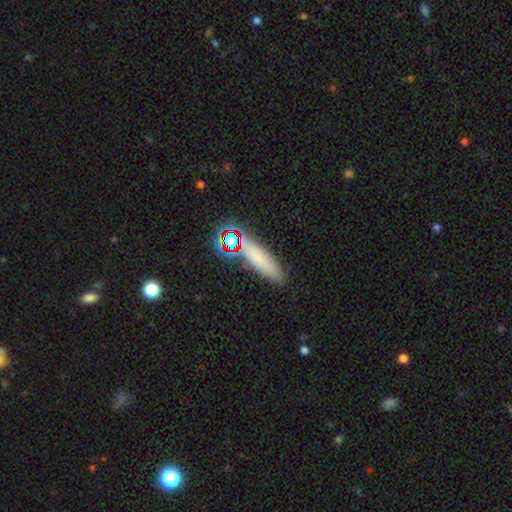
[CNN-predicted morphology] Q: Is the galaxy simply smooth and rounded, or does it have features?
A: smooth — 66%.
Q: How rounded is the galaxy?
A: cigar-shaped — 65%.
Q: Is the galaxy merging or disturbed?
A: none — 78%.